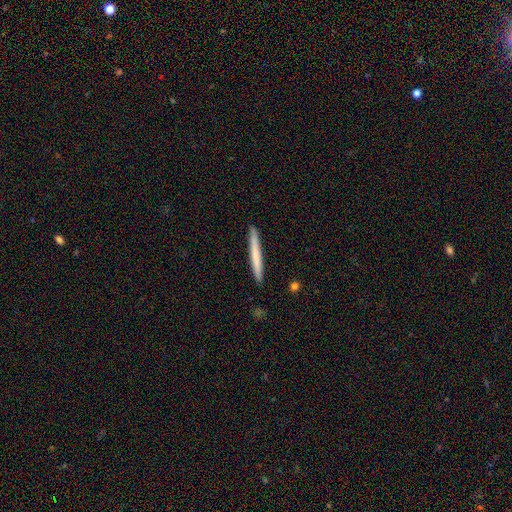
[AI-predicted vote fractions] smooth 66%, featured or disk 29%, star or artifact 5%. Down the decision tree: how rounded — cigar-shaped (97%); merging — none (92%).